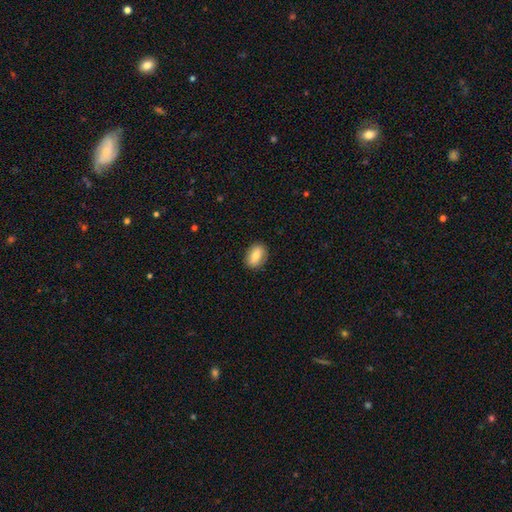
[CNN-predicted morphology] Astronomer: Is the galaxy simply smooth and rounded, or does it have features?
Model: smooth — 81%.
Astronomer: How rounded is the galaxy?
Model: in between — 77%.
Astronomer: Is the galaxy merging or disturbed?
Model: none — 85%.